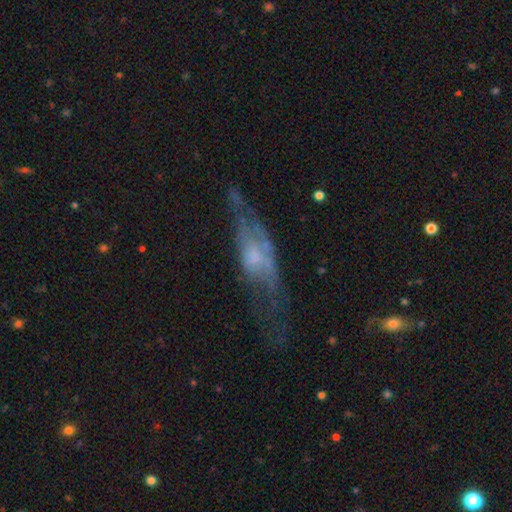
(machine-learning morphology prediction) Smooth or featured? featured or disk (58%)
Edge-on disk? no (60%)
Merging? major disturbance (36%)